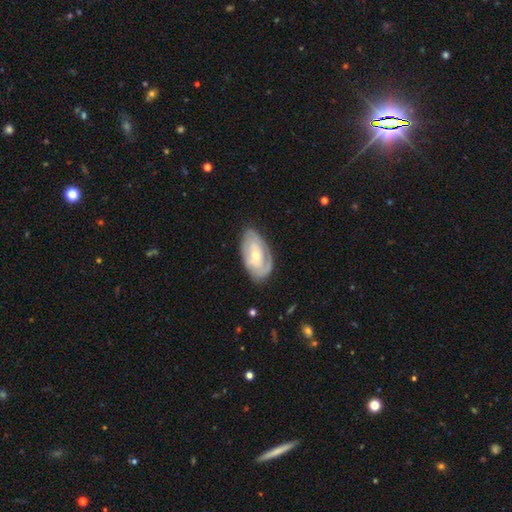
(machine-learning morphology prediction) smooth-or-featured: featured or disk: 70% | smooth: 24% | star or artifact: 5%
  disk-edge-on: no: 93% | yes: 7%
    bar: no: 66% | weak: 26% | strong: 8%
    has-spiral-arms: yes: 74% | no: 26%
    bulge-size: moderate: 50% | small: 47% | large: 2% | none: 1% | dominant: 1%
  merging: none: 70% | minor disturbance: 22% | major disturbance: 7% | merger: 1%